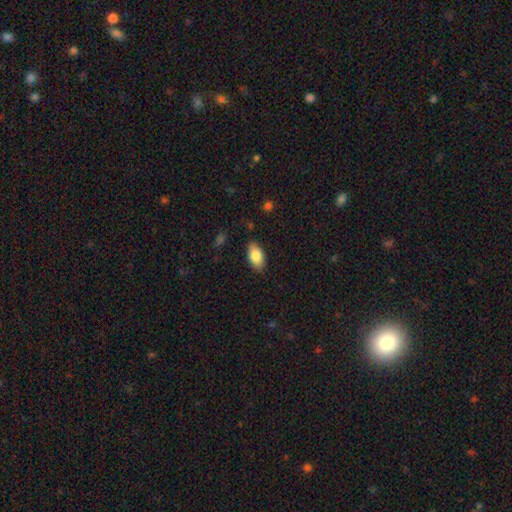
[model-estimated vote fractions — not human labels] A smooth galaxy with no disk features (82%) that is in between round and cigar-shaped (91%). Merging: none (85%).